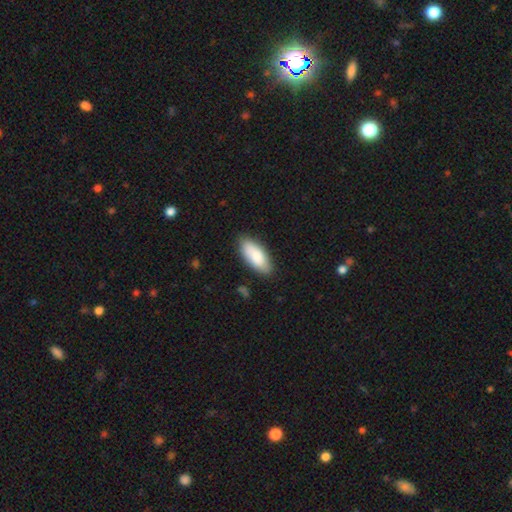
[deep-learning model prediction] Q: Smooth or featured?
A: smooth (83%); runner-up: featured or disk (11%)
Q: How rounded?
A: in between (84%); runner-up: cigar-shaped (14%)
Q: Merging?
A: none (83%); runner-up: minor disturbance (13%)